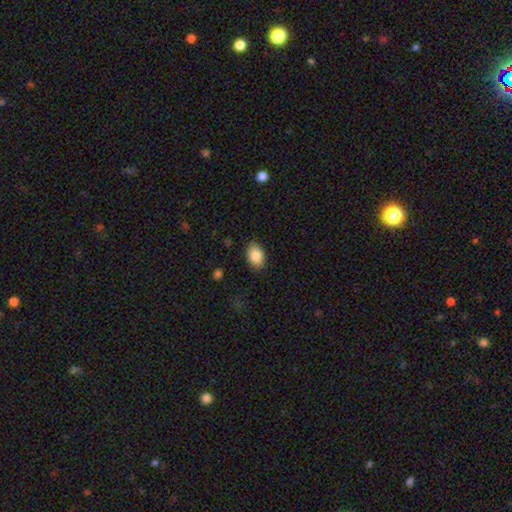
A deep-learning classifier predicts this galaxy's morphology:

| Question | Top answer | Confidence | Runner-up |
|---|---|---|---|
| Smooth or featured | smooth | 85% | featured or disk (7%) |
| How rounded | in between | 86% | round (13%) |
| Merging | none | 86% | minor disturbance (11%) |